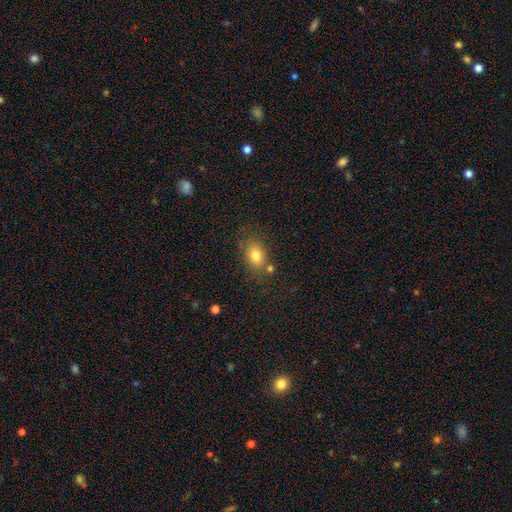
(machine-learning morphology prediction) This is likely a smooth galaxy (79%). How rounded: likely in between (67%). Merging: likely none (70%).